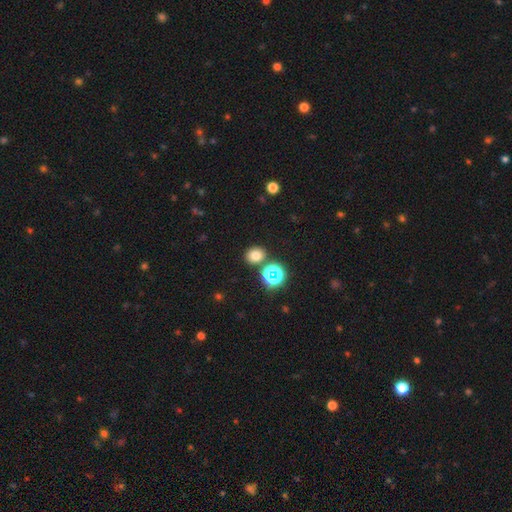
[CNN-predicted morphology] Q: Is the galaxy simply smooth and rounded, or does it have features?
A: smooth — 73%.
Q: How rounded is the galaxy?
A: round — 64%.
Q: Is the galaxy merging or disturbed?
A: none — 80%.